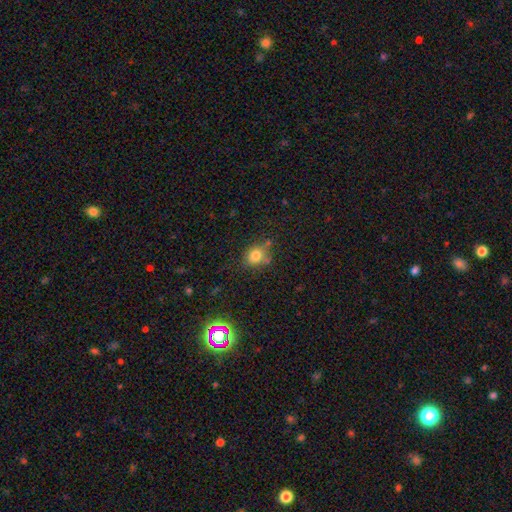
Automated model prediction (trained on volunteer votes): A smooth galaxy with no disk features (77%) that is round (63%).

Vote fractions:
- Smooth or featured? smooth: 77% / star or artifact: 14% / featured or disk: 9%
- How rounded? round: 63% / in between: 36% / cigar-shaped: 1%
- Merging? none: 65% / minor disturbance: 21% / merger: 8% / major disturbance: 6%